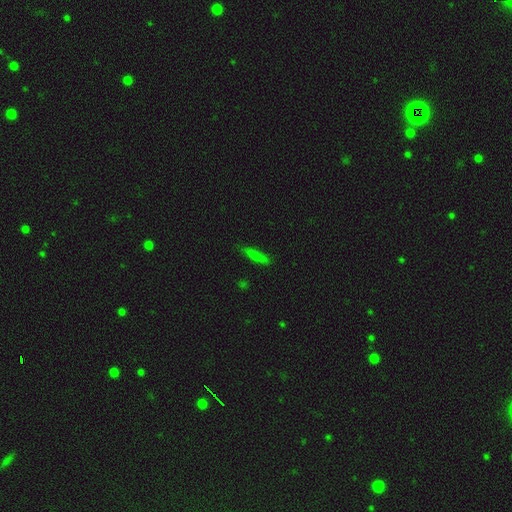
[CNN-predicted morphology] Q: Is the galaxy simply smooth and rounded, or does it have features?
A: smooth — 76%.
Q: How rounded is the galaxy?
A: cigar-shaped — 84%.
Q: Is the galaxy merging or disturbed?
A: none — 83%.